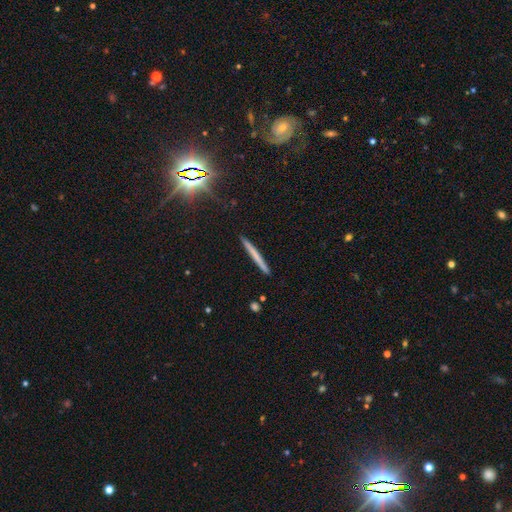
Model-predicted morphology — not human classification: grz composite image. It shows a smooth galaxy with no disk features (57%) that is cigar-shaped (97%). Merging: none (91%).